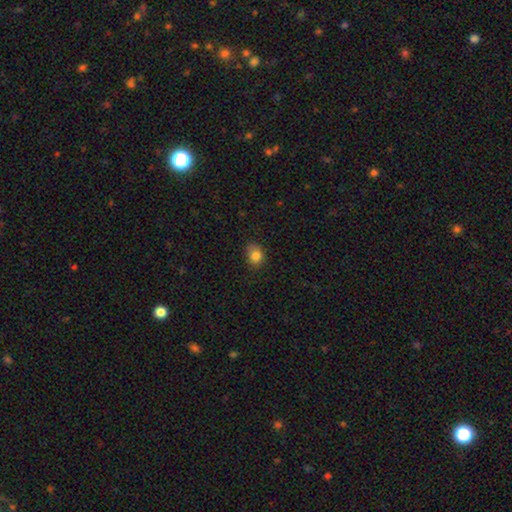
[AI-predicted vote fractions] smooth-or-featured: smooth: 82% | star or artifact: 12% | featured or disk: 6%
  how-rounded: in between: 51% | round: 48% | cigar-shaped: 1%
  merging: none: 67% | minor disturbance: 25% | major disturbance: 6% | merger: 2%